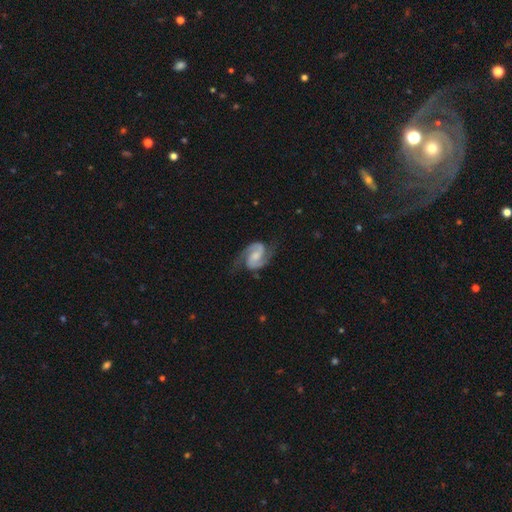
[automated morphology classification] Q: Smooth or featured?
A: featured or disk (89%); runner-up: smooth (6%)
Q: Edge-on disk?
A: no (98%); runner-up: yes (2%)
Q: Bar?
A: weak (45%); runner-up: no (40%)
Q: Spiral arms?
A: yes (98%); runner-up: no (2%)
Q: Spiral winding?
A: medium (56%); runner-up: tight (25%)
Q: Spiral arm count?
A: 2 (93%); runner-up: can't tell (2%)
Q: Bulge size?
A: moderate (41%); runner-up: small (28%)
Q: Merging?
A: none (72%); runner-up: minor disturbance (18%)